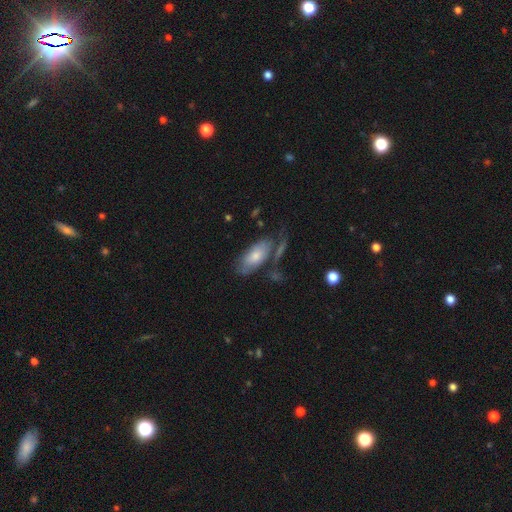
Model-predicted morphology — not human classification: Smooth or featured?
  - smooth: 69% *
  - featured or disk: 25%
  - star or artifact: 6%
How rounded?
  - in between: 88% *
  - cigar-shaped: 10%
  - round: 3%
Merging?
  - none: 52% *
  - minor disturbance: 24%
  - merger: 12%
  - major disturbance: 12%